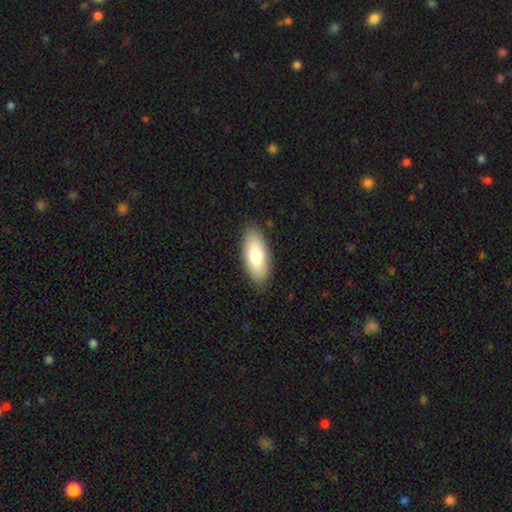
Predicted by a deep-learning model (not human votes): A smooth galaxy with no disk features (76%) that is in between round and cigar-shaped (87%). Merging: none (87%).